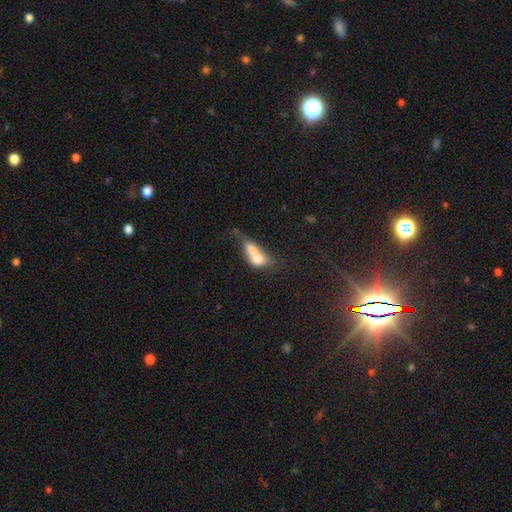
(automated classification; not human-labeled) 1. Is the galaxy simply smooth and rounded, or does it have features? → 61% smooth, 28% featured or disk, 11% star or artifact.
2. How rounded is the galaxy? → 66% in between, 23% cigar-shaped, 10% round.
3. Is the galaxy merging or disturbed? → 52% merger, 19% major disturbance, 15% none, 14% minor disturbance.